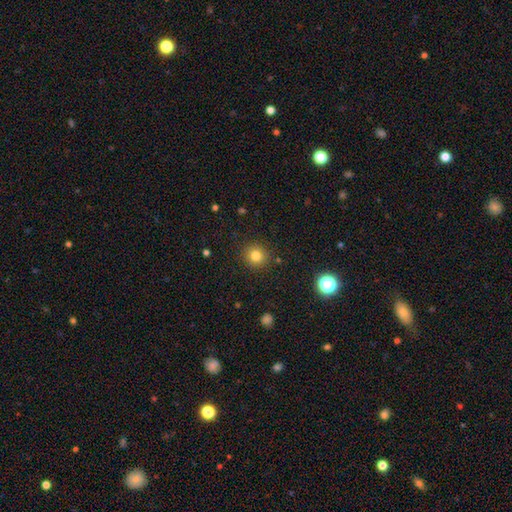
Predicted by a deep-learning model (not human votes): smooth-or-featured: smooth: 81% | star or artifact: 13% | featured or disk: 6%
  how-rounded: round: 91% | in between: 8% | cigar-shaped: 1%
  merging: none: 90% | minor disturbance: 6% | major disturbance: 2% | merger: 1%